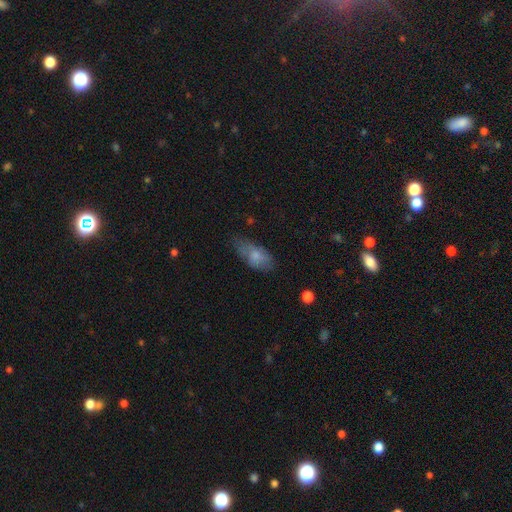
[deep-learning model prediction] This is likely a smooth galaxy (71%). How rounded: clearly in between (88%). Merging: possibly none (46%).